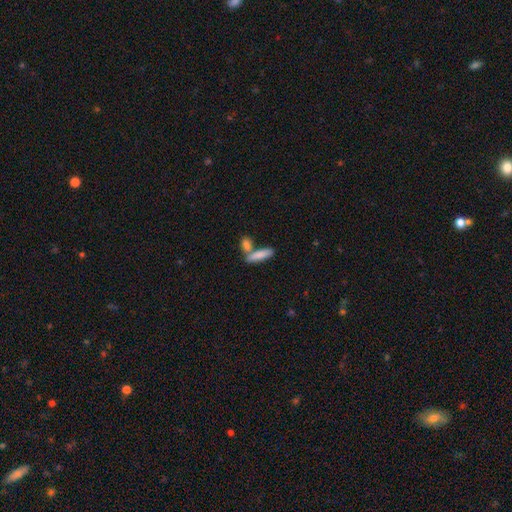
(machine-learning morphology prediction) type=smooth (82%); roundness=cigar-shaped (60%); merging=none (51%).